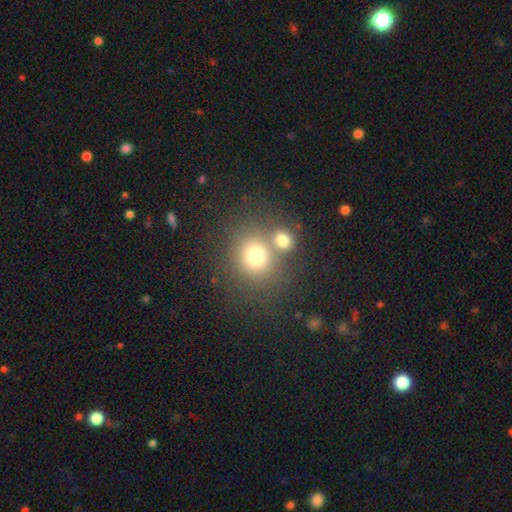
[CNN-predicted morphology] Smooth or featured?
  - smooth: 74% *
  - star or artifact: 15%
  - featured or disk: 11%
How rounded?
  - round: 80% *
  - in between: 19%
  - cigar-shaped: 1%
Merging?
  - none: 55% *
  - merger: 33%
  - minor disturbance: 8%
  - major disturbance: 4%